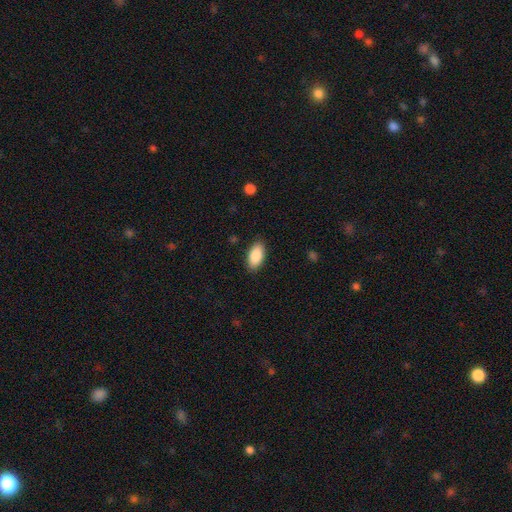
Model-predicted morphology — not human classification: Q: Smooth or featured?
A: smooth (88%); runner-up: star or artifact (6%)
Q: How rounded?
A: in between (93%); runner-up: cigar-shaped (5%)
Q: Merging?
A: none (88%); runner-up: minor disturbance (9%)